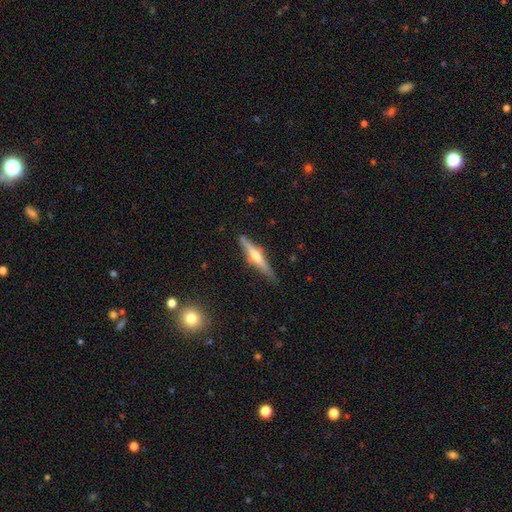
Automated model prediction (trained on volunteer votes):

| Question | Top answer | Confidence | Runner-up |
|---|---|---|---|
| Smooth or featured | featured or disk | 66% | smooth (28%) |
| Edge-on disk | yes | 97% | no (3%) |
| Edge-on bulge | rounded | 85% | none (8%) |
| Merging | none | 85% | minor disturbance (11%) |